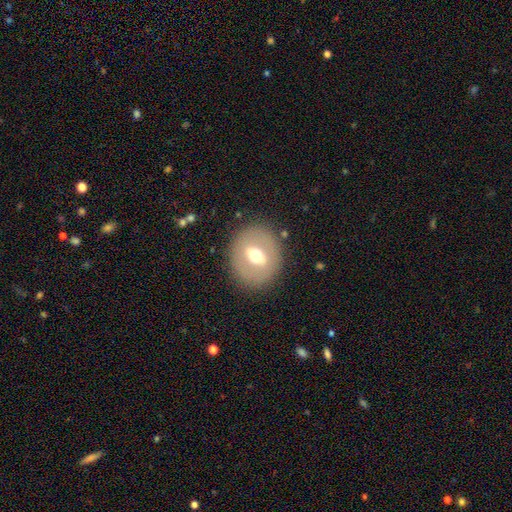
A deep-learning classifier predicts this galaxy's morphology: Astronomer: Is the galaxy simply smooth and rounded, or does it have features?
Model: featured or disk — 46% (runner-up: smooth, 45%).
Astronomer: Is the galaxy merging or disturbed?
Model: none — 84%.